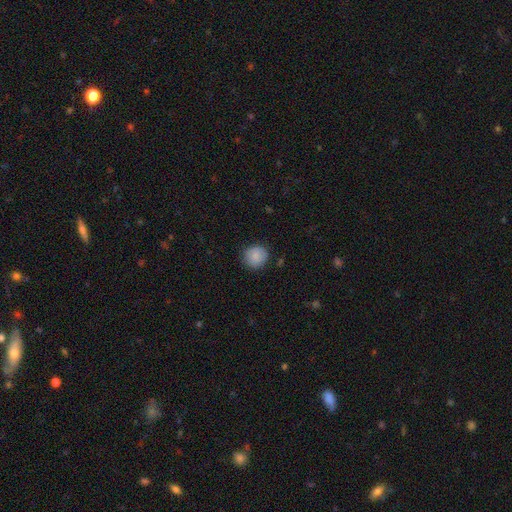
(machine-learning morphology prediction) The model was most divided on "merging": none: 86%, minor disturbance: 10%, major disturbance: 2%, merger: 1%. More confident: how rounded — round (92%); smooth or featured — smooth (86%).